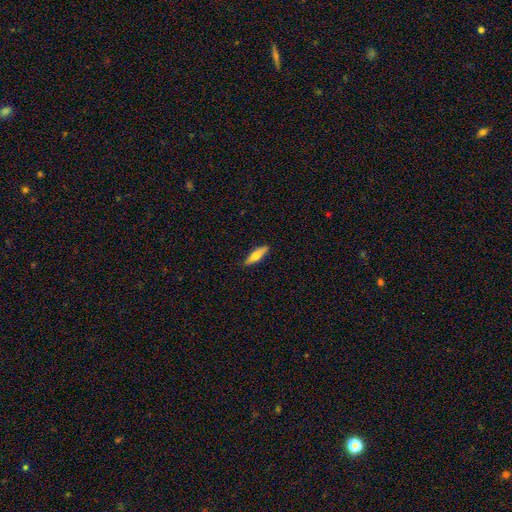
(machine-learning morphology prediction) smooth 61%, featured or disk 33%, star or artifact 6%. Down the decision tree: how rounded — cigar-shaped (62%); merging — none (88%).